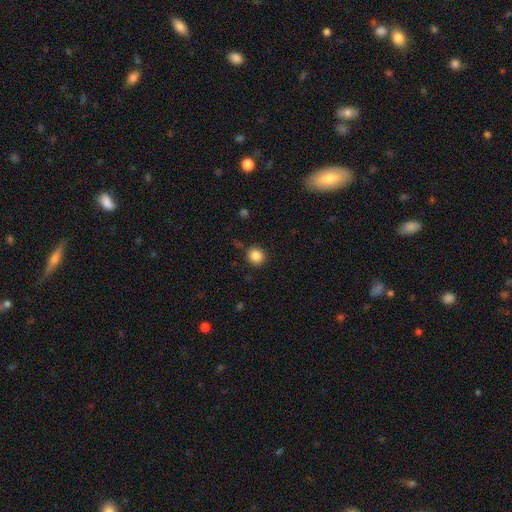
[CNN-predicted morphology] A smooth galaxy with no disk features (86%) that is round (89%). Merging: none (87%).